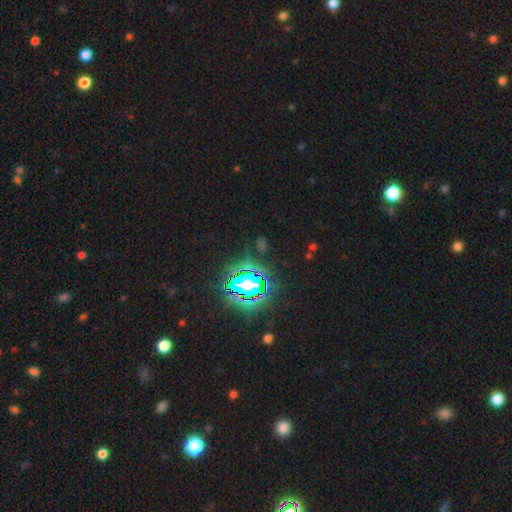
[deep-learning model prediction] Smooth or featured?
  - star or artifact: 83% *
  - smooth: 11%
  - featured or disk: 6%